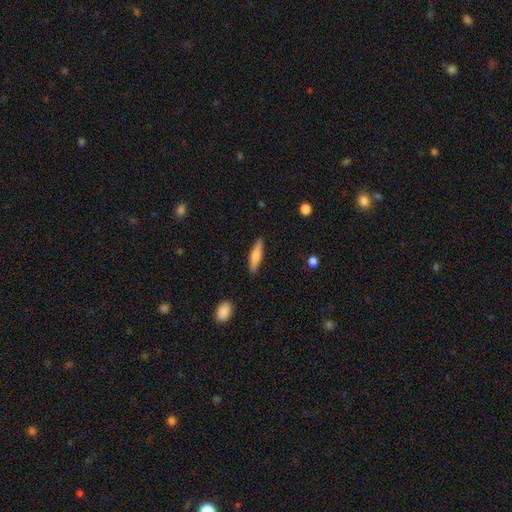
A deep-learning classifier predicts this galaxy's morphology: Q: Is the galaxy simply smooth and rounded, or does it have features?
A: smooth — 67%.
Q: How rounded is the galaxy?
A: cigar-shaped — 76%.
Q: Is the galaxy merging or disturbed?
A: none — 88%.